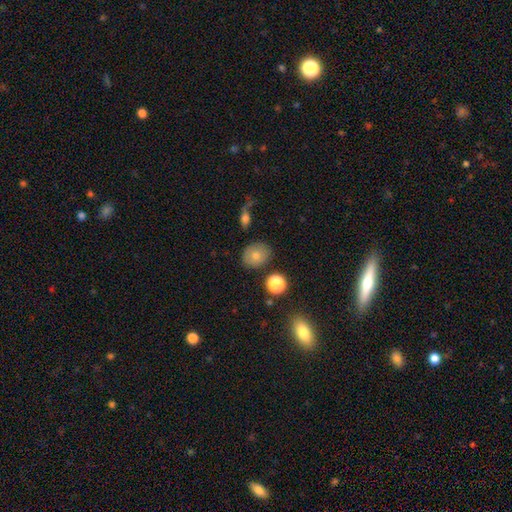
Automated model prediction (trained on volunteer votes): smooth_or_featured: smooth (p=0.75) [alt: featured or disk p=0.14]
how_rounded: round (p=0.59) [alt: in between p=0.40]
merging: none (p=0.81) [alt: minor disturbance p=0.12]